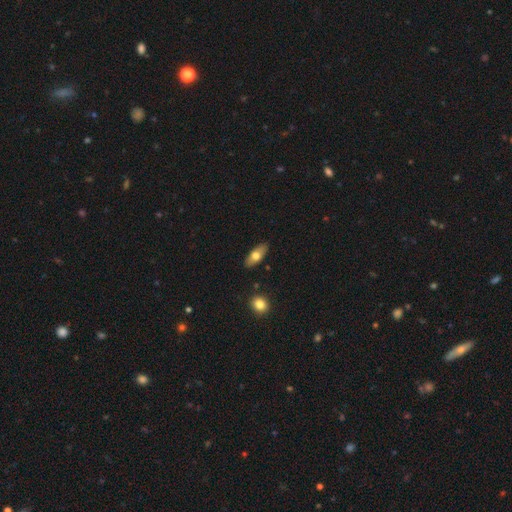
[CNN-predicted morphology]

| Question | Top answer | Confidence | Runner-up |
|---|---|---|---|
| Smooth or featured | smooth | 68% | featured or disk (26%) |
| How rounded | in between | 79% | cigar-shaped (17%) |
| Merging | none | 85% | minor disturbance (11%) |